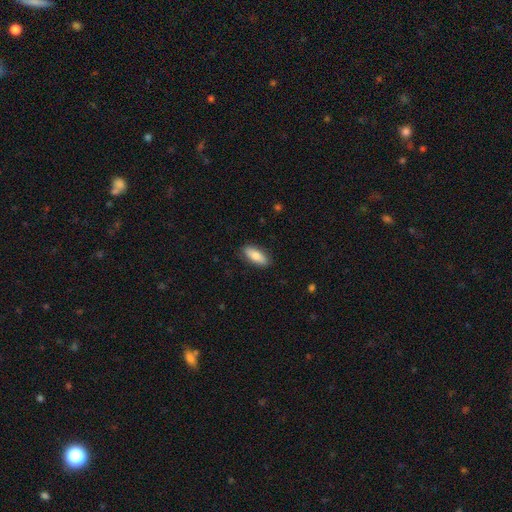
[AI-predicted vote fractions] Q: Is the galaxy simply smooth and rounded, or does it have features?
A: smooth — 80%.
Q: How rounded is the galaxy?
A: in between — 75%.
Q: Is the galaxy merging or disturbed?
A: none — 87%.